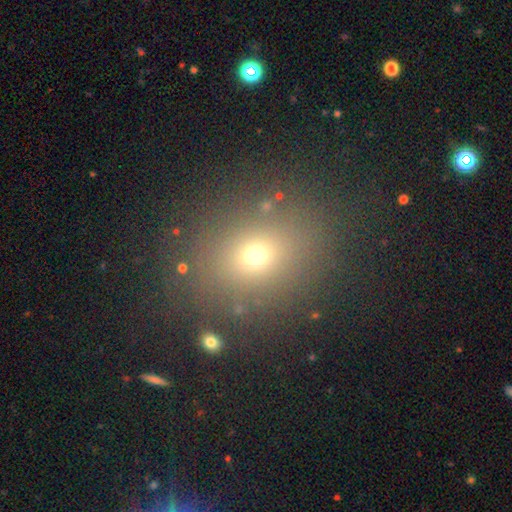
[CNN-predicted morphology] This is likely a smooth galaxy (66%). How rounded: possibly round (60%). Merging: clearly none (83%).